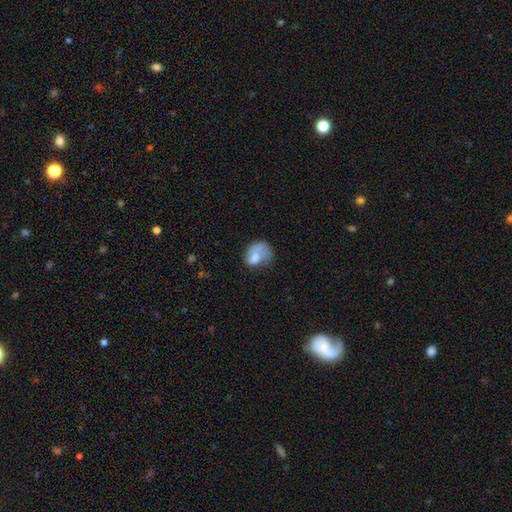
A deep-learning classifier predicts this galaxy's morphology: Smooth or featured?
  - smooth: 64% *
  - featured or disk: 28%
  - star or artifact: 8%
How rounded?
  - in between: 59% *
  - round: 40%
  - cigar-shaped: 1%
Merging?
  - major disturbance: 35% *
  - none: 32%
  - minor disturbance: 30%
  - merger: 3%